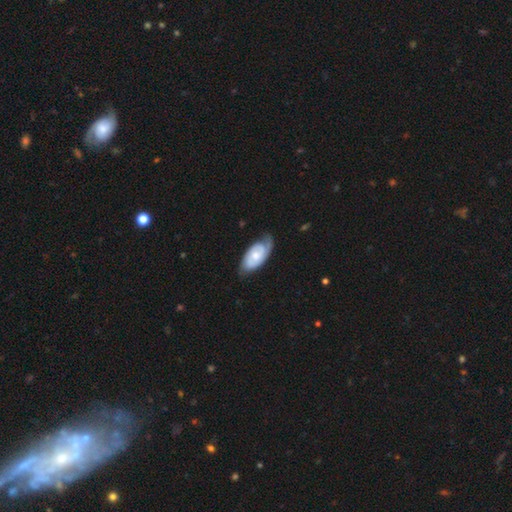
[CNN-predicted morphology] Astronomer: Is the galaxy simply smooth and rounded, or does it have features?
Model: featured or disk — 65%.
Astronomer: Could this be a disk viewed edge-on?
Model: no — 94%.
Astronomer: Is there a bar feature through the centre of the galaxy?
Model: no — 68%.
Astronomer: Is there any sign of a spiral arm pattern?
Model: yes — 89%.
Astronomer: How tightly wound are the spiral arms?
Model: tight — 57% (runner-up: medium, 32%).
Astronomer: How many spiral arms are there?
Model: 2 — 55%.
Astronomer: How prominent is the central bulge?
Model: moderate — 50% (runner-up: small, 37%).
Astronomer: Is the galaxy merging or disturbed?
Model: none — 62%.